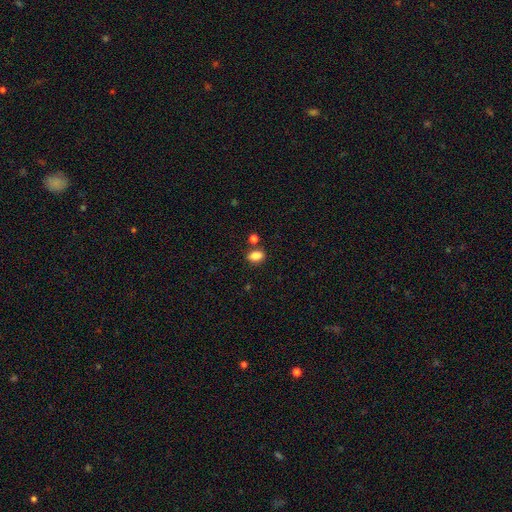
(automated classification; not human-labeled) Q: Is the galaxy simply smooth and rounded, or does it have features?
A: smooth — 86%.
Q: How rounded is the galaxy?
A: in between — 79%.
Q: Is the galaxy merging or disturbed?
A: none — 77%.